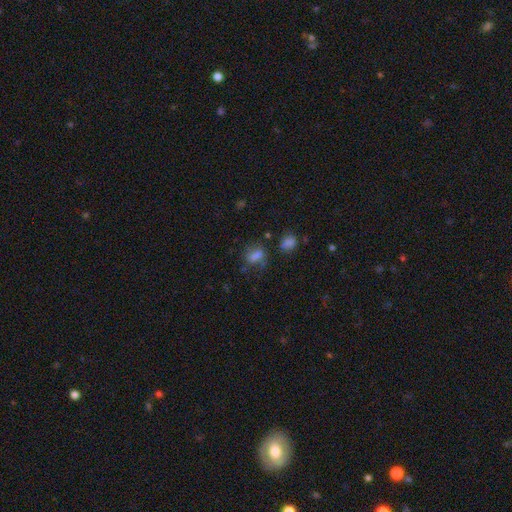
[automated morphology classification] Smooth or featured? Predicted: smooth (p=0.70). How rounded? Predicted: in between (p=0.72). Merging? Predicted: none (p=0.52).